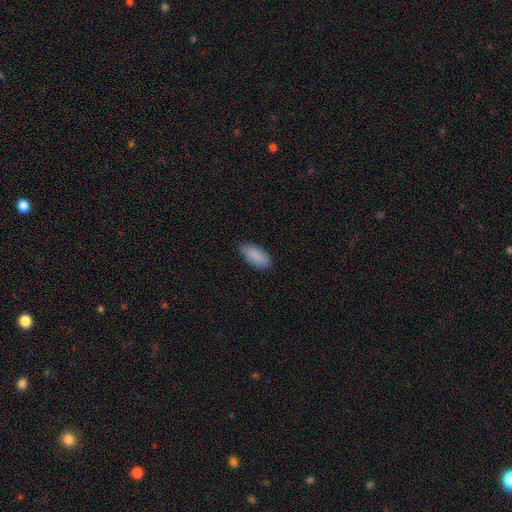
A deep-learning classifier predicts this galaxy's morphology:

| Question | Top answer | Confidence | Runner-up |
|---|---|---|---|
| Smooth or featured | smooth | 89% | star or artifact (7%) |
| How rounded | in between | 90% | cigar-shaped (8%) |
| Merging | none | 79% | minor disturbance (17%) |